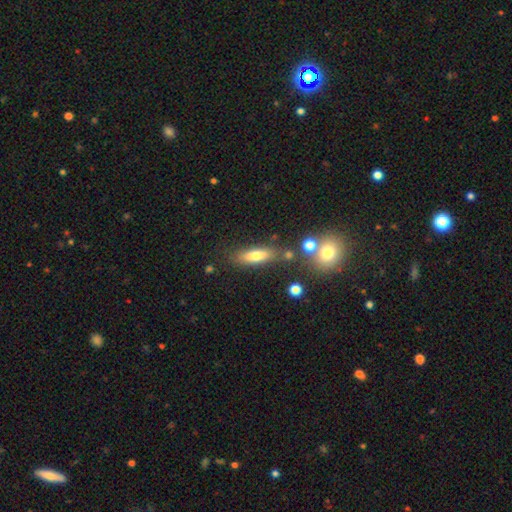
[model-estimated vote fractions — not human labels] Smooth or featured? Predicted: smooth (p=0.69). How rounded? Predicted: cigar-shaped (p=0.49). Merging? Predicted: none (p=0.73).